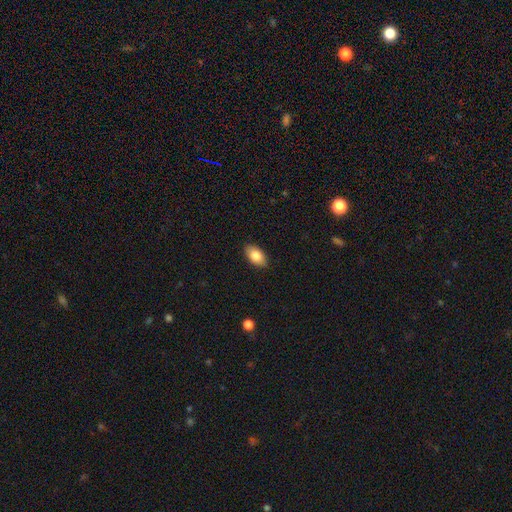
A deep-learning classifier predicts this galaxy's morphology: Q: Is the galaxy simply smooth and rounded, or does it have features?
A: smooth — 83%.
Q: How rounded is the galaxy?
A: in between — 93%.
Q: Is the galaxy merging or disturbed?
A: none — 88%.